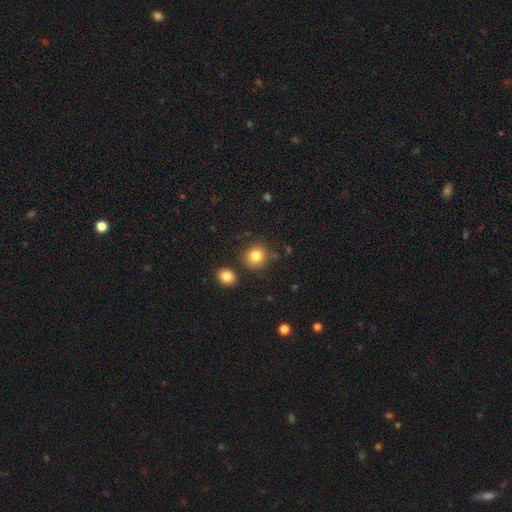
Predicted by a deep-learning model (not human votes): Morphology: type=smooth (84%); roundness=round (86%); merging=none (81%).